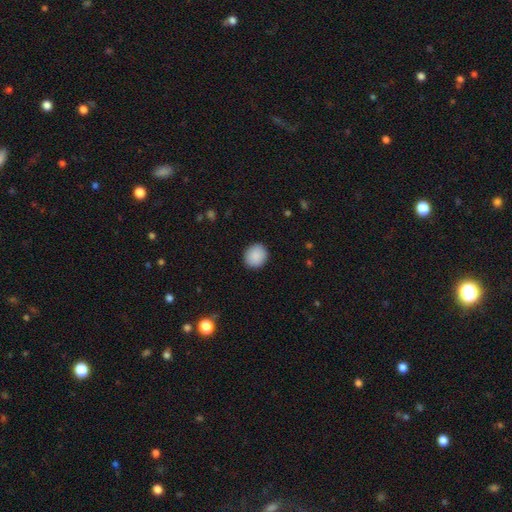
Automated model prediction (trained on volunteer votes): This appears to be a smooth galaxy with no disk features (90%) that is round (86%). Merging: none (91%).